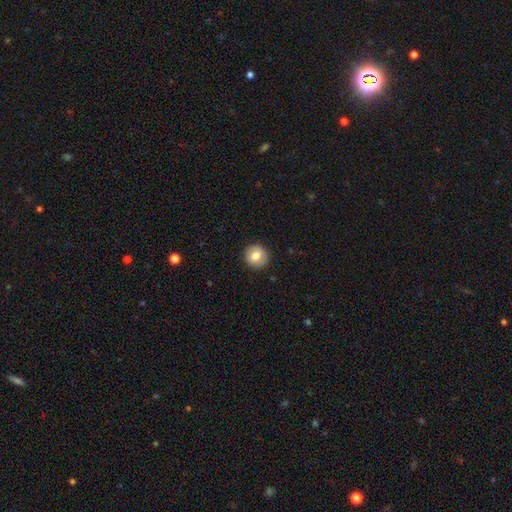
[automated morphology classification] A smooth galaxy with no disk features (77%) that is round (90%). Merging: none (90%).